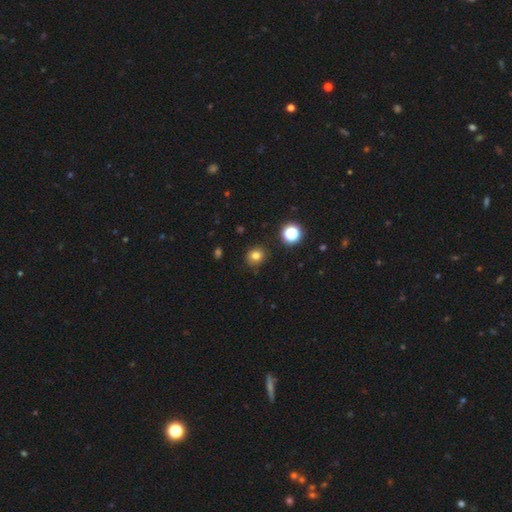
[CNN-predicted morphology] A smooth galaxy with no disk features (78%) that is round (77%). Merging: none (87%).